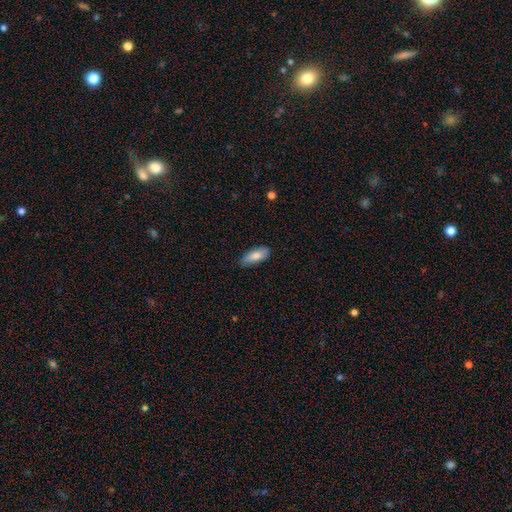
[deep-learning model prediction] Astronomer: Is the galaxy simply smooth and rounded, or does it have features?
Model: smooth — 79%.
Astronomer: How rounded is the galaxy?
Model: in between — 76%.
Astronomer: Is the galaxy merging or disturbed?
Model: none — 78%.